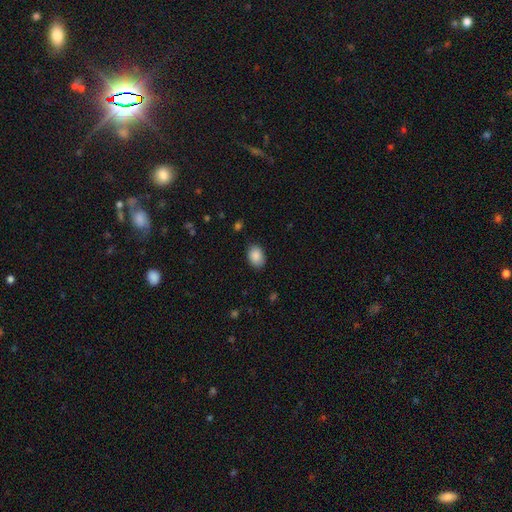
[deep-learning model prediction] The model was most divided on "how rounded": in between: 78%, round: 21%, cigar-shaped: 1%. More confident: smooth or featured — smooth (89%); merging — none (85%).